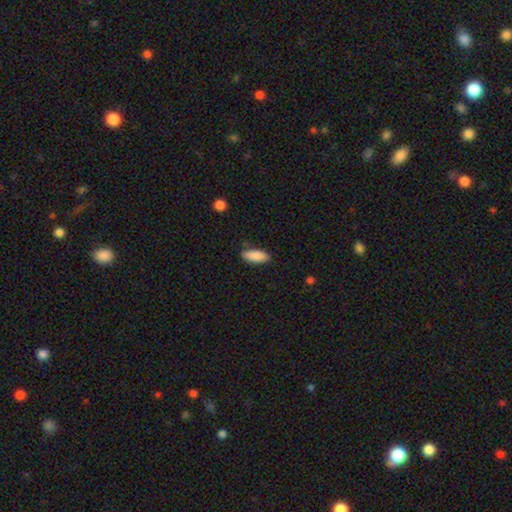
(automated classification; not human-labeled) smooth 87%, star or artifact 6%, featured or disk 6%. Down the decision tree: how rounded — in between (78%); merging — none (79%).